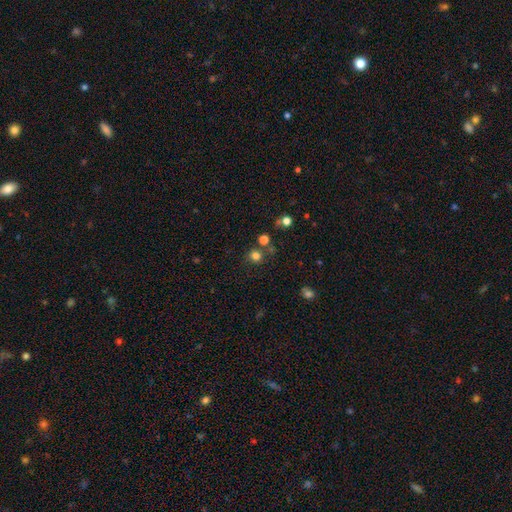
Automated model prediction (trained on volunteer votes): This is likely a smooth galaxy (76%). How rounded: clearly round (90%). Merging: likely none (78%).